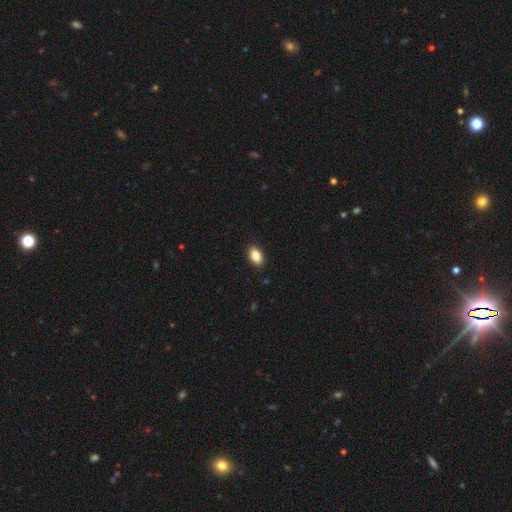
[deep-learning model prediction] Overall: smooth (86%). How rounded: in between (89%). Merging: none (90%).